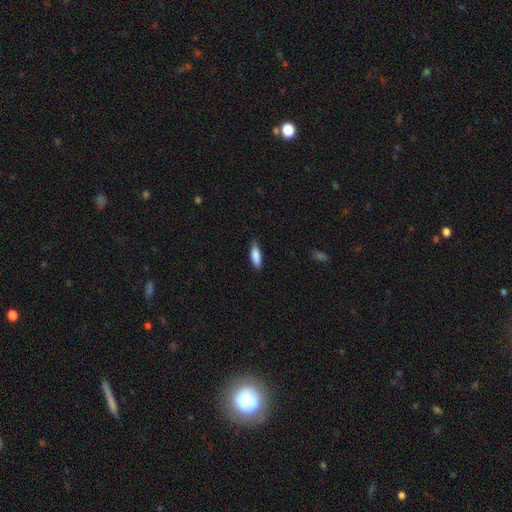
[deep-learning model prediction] A smooth galaxy with no disk features (86%) that is in between round and cigar-shaped (52%).

Vote fractions:
- Smooth or featured? smooth: 86% / featured or disk: 8% / star or artifact: 6%
- How rounded? in between: 52% / cigar-shaped: 46% / round: 2%
- Merging? none: 81% / minor disturbance: 15% / major disturbance: 2% / merger: 1%